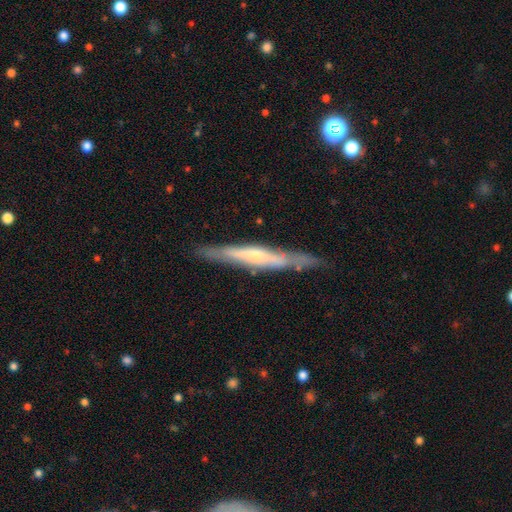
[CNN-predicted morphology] type=featured or disk (68%); edge-on=yes (88%); edge-on bulge=rounded (66%); merging=none (80%).